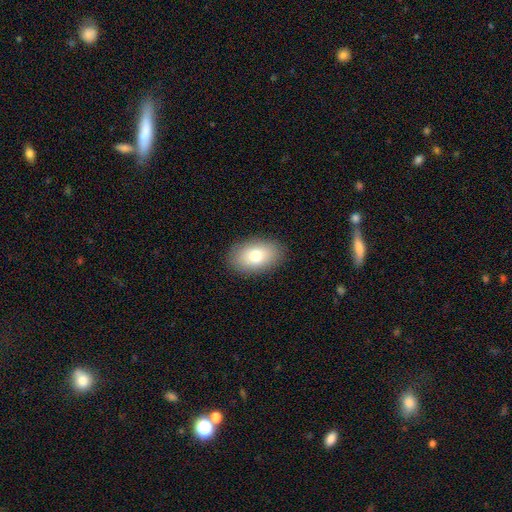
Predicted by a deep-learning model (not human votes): smooth_or_featured: smooth (p=0.77) [alt: featured or disk p=0.15]
how_rounded: in between (p=0.87) [alt: round p=0.11]
merging: none (p=0.87) [alt: minor disturbance p=0.09]